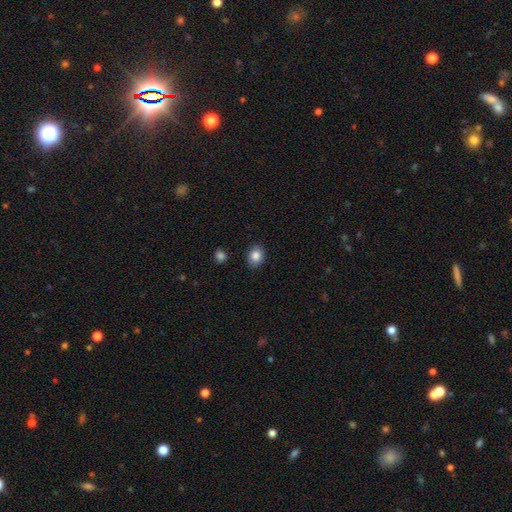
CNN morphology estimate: smooth_or_featured: smooth (p=0.85) [alt: star or artifact p=0.09]
how_rounded: in between (p=0.51) [alt: round p=0.48]
merging: none (p=0.87) [alt: minor disturbance p=0.09]